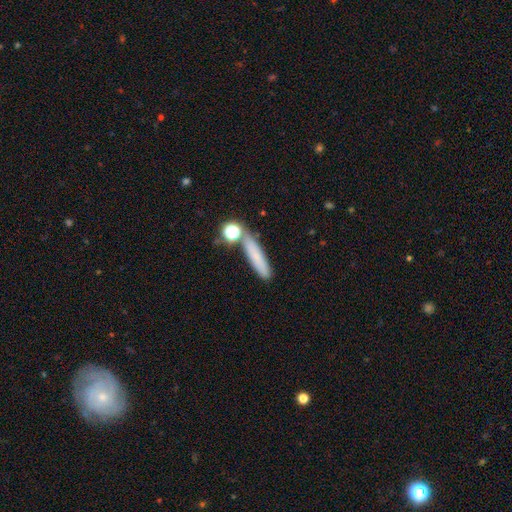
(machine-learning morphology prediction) Q: Smooth or featured?
A: smooth (72%); runner-up: featured or disk (17%)
Q: How rounded?
A: cigar-shaped (80%); runner-up: in between (14%)
Q: Merging?
A: none (70%); runner-up: minor disturbance (13%)